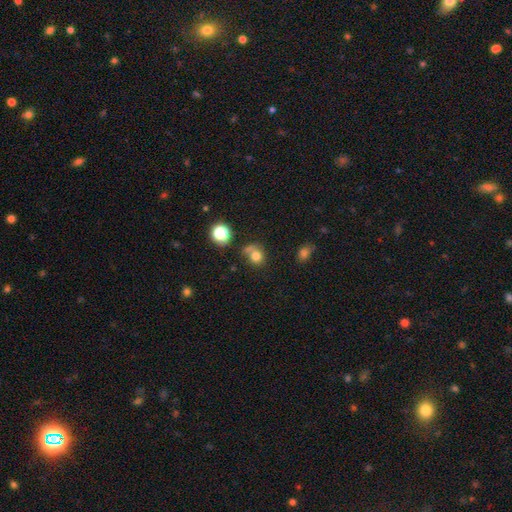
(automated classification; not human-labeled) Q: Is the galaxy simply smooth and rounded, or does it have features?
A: smooth — 77%.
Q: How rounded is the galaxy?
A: round — 77%.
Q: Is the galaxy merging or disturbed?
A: none — 51%.